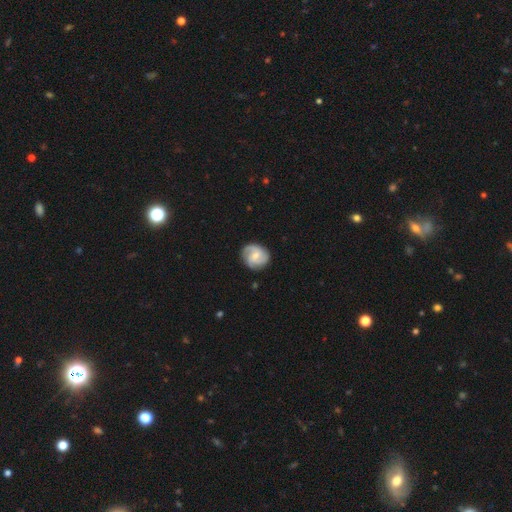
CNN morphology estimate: Smooth or featured?
  - featured or disk: 68% *
  - smooth: 26%
  - star or artifact: 6%
Edge-on disk?
  - no: 98% *
  - yes: 2%
Bar?
  - no: 54% *
  - weak: 39%
  - strong: 7%
Spiral arms?
  - yes: 94% *
  - no: 6%
Spiral winding?
  - medium: 44% *
  - tight: 40%
  - loose: 17%
Spiral arm count?
  - 3: 37% *
  - 2: 36%
  - can't tell: 15%
  - 4: 5%
  - 1: 4%
  - more than 4: 3%
Bulge size?
  - small: 55% *
  - moderate: 40%
  - none: 3%
  - large: 2%
  - dominant: 1%
Merging?
  - none: 80% *
  - minor disturbance: 14%
  - major disturbance: 4%
  - merger: 1%